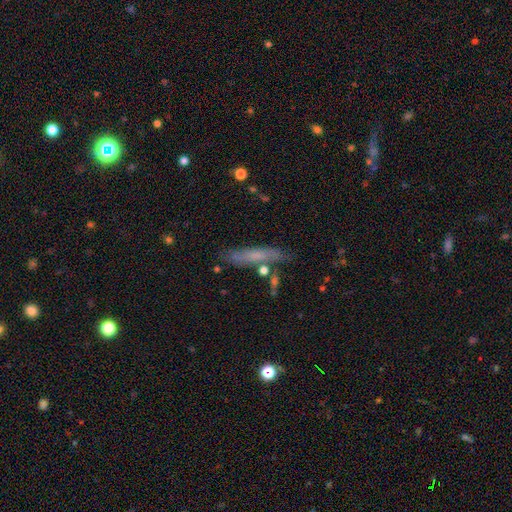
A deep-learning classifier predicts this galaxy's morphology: Overall: smooth (56%; featured or disk 34%). How rounded: cigar-shaped (85%). Merging: none (72%).